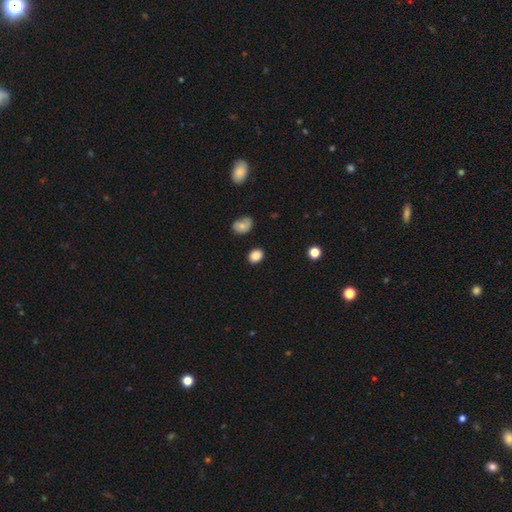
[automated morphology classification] type=smooth (86%); roundness=in between (59%); merging=none (86%).